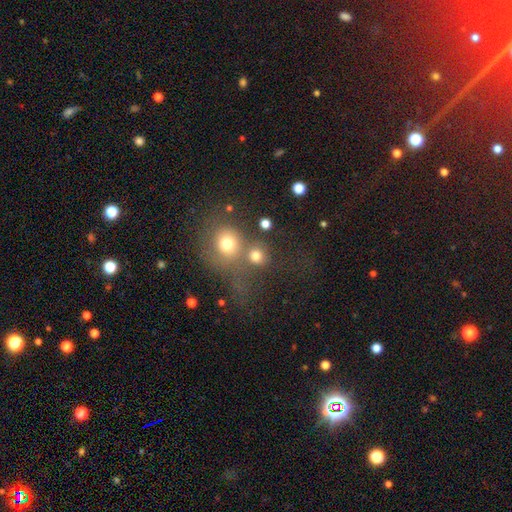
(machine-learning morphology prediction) A smooth galaxy with no disk features (75%) that is round (84%). Merging: none (44%).